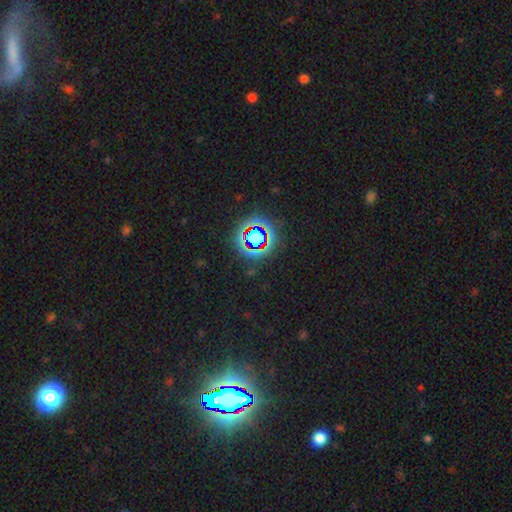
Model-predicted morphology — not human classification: A star or artifact, not a galaxy (82%).